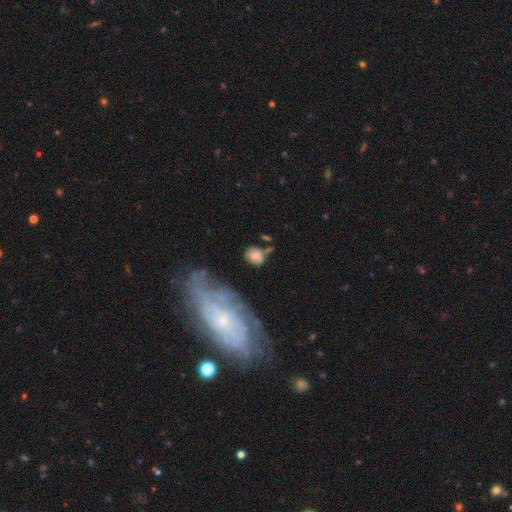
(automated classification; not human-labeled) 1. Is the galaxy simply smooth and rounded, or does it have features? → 64% smooth, 27% featured or disk, 10% star or artifact.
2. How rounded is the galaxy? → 59% round, 39% in between, 2% cigar-shaped.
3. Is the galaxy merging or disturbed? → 57% none, 21% minor disturbance, 12% merger, 11% major disturbance.